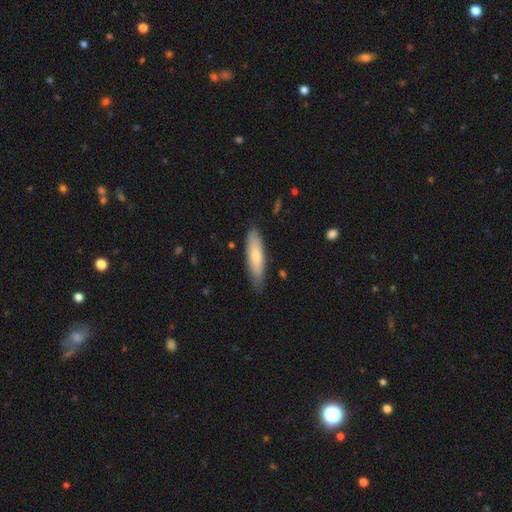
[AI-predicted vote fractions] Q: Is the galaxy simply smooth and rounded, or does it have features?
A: smooth — 74%.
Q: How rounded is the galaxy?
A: cigar-shaped — 67%.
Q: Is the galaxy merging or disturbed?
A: none — 83%.